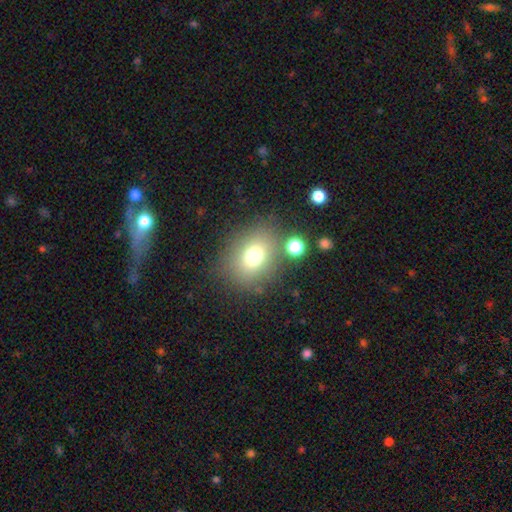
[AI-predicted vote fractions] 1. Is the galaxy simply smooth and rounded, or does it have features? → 73% smooth, 15% star or artifact, 12% featured or disk.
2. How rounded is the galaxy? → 52% round, 47% in between, 1% cigar-shaped.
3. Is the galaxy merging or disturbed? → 76% none, 12% minor disturbance, 7% merger, 6% major disturbance.